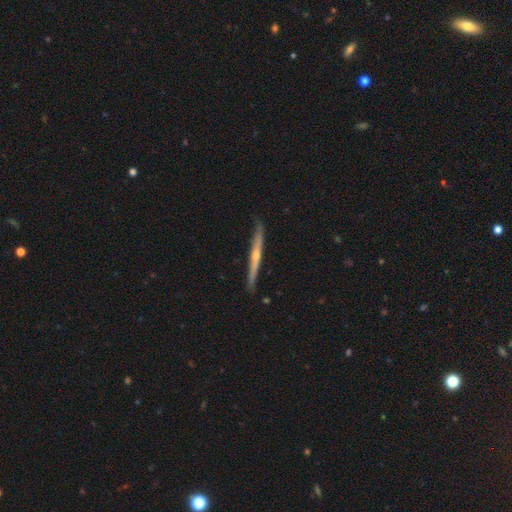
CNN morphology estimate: type=featured or disk (71%); edge-on=yes (97%); edge-on bulge=rounded (75%); merging=none (86%).